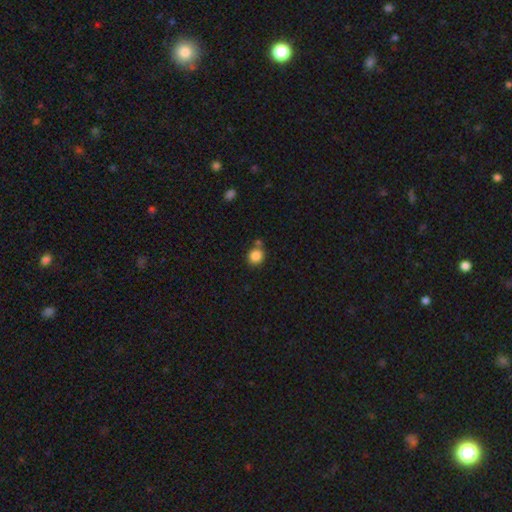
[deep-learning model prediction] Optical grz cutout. It shows a smooth galaxy with no disk features (86%) that is round (83%). Merging: none (70%).